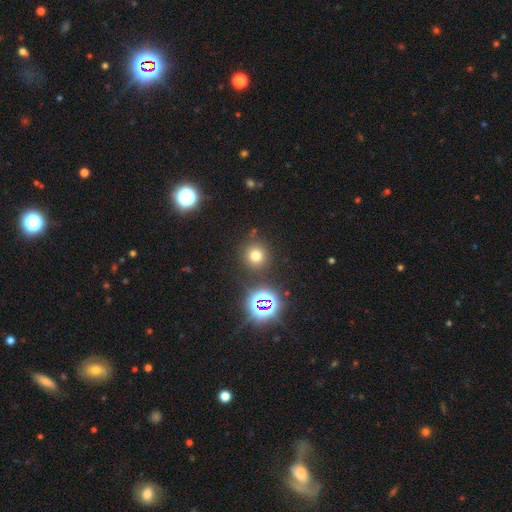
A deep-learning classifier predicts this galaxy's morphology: A smooth galaxy with no disk features (67%) that is round (93%). Merging: none (85%).